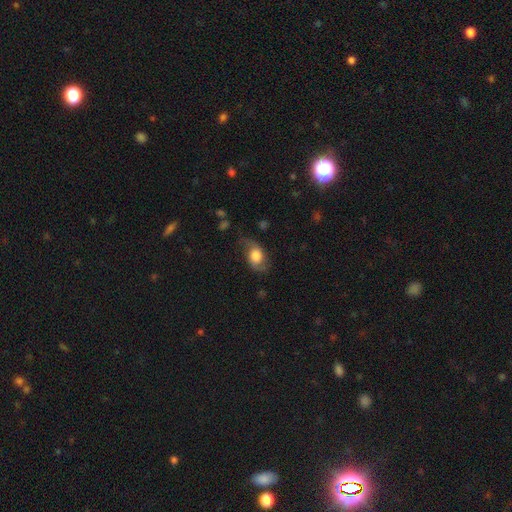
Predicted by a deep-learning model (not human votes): A smooth galaxy with no disk features (51%) that is in between round and cigar-shaped (76%).

Vote fractions:
- Smooth or featured? smooth: 51% / featured or disk: 41% / star or artifact: 8%
- How rounded? in between: 76% / round: 21% / cigar-shaped: 2%
- Merging? none: 56% / minor disturbance: 27% / major disturbance: 15% / merger: 2%